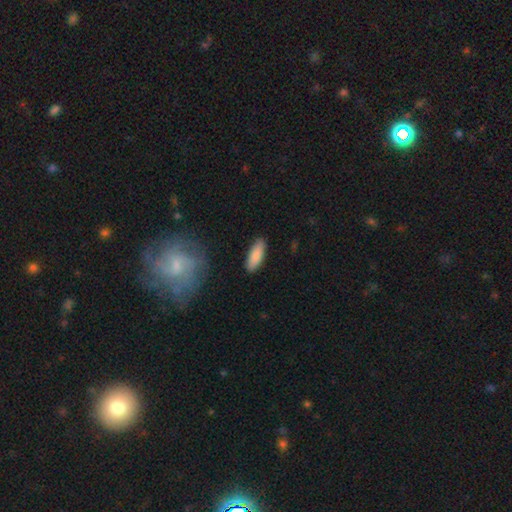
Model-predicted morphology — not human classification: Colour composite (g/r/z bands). It shows a smooth galaxy with no disk features (86%) that is in between round and cigar-shaped (60%). Merging: none (86%).